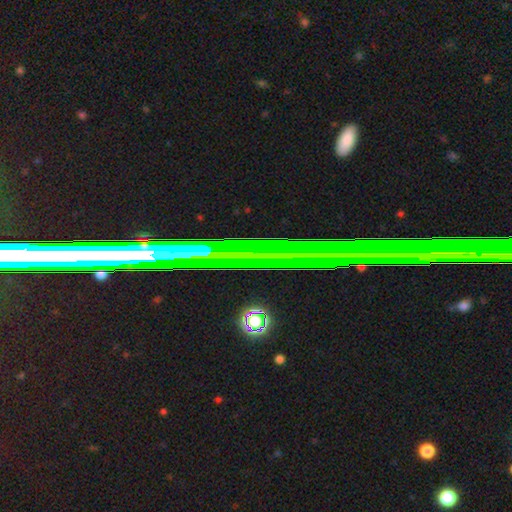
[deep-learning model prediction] star or artifact 70%, featured or disk 19%, smooth 11%.